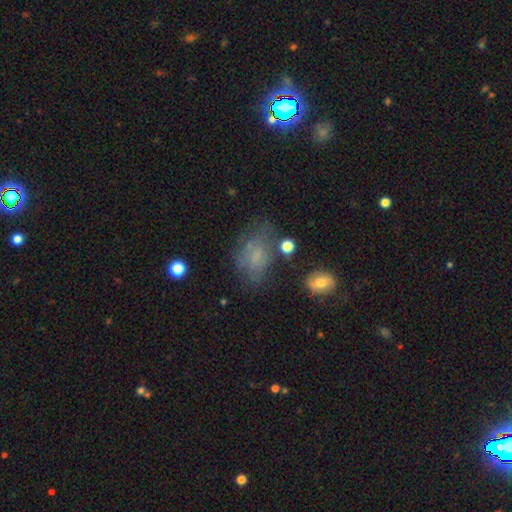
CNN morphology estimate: smooth-or-featured: smooth: 52% | featured or disk: 32% | star or artifact: 16%
  how-rounded: in between: 81% | round: 17% | cigar-shaped: 2%
  merging: none: 48% | minor disturbance: 25% | major disturbance: 21% | merger: 5%